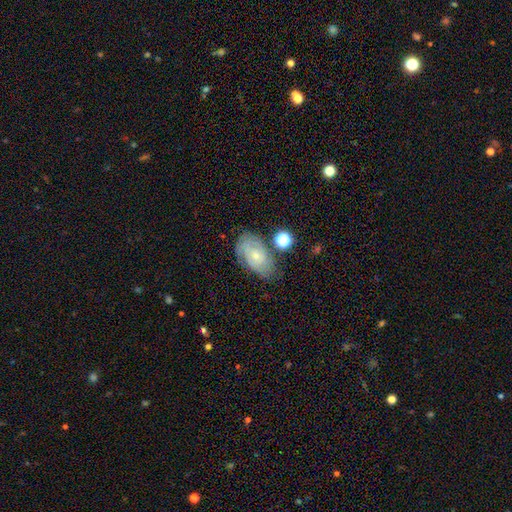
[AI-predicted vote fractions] Smooth or featured? featured or disk (56%)
Edge-on disk? no (94%)
Bar? no (78%)
Spiral arms? yes (75%)
Bulge size? small (70%)
Merging? none (61%)